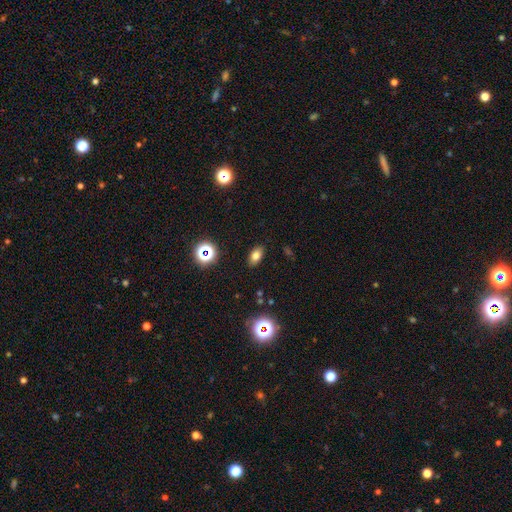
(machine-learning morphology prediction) This appears to be a smooth galaxy with no disk features (74%) that is in between round and cigar-shaped (87%). Merging: none (87%).